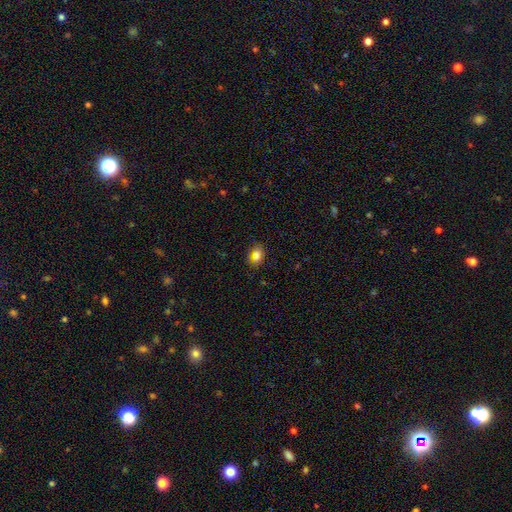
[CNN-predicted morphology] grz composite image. It shows a smooth galaxy with no disk features (67%) that is in between round and cigar-shaped (68%). Merging: none (84%).